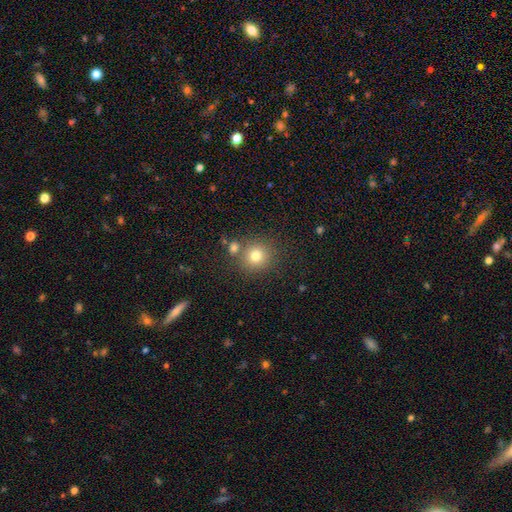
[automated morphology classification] A smooth galaxy with no disk features (77%) that is round (89%). Merging: none (74%).